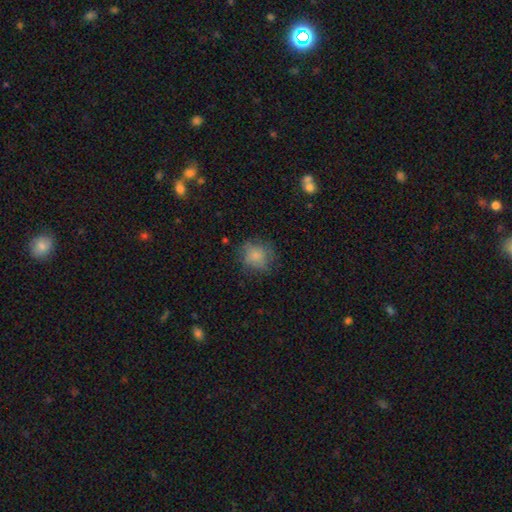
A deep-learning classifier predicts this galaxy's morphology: Smooth or featured? smooth (78%)
How rounded? round (81%)
Merging? none (69%)